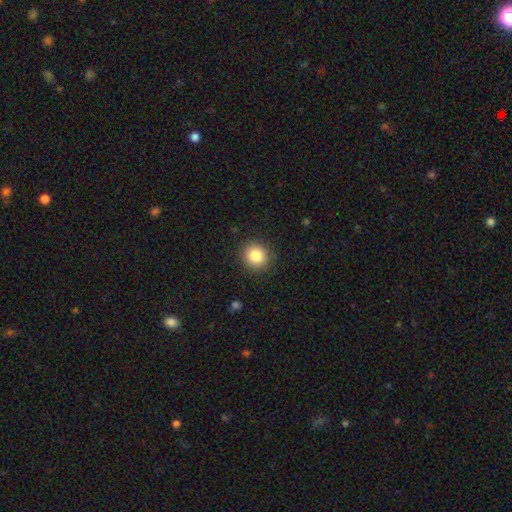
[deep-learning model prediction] A smooth galaxy with no disk features (84%) that is round (89%). Merging: none (90%).